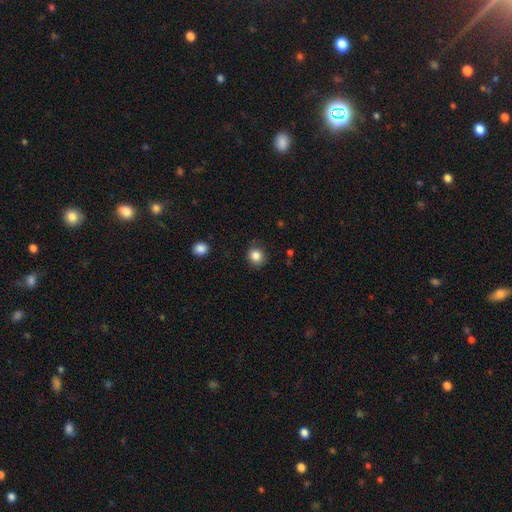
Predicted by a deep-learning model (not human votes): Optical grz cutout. It shows a smooth galaxy with no disk features (84%) that is round (81%). Merging: none (84%).